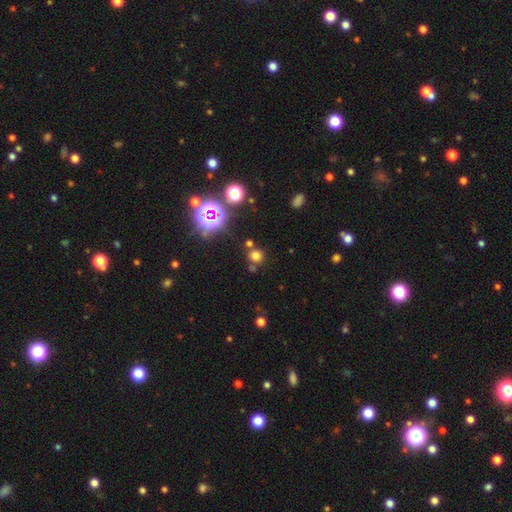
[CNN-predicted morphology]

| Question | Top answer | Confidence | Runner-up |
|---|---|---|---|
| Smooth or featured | smooth | 62% | star or artifact (30%) |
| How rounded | round | 90% | in between (9%) |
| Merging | none | 74% | merger (13%) |